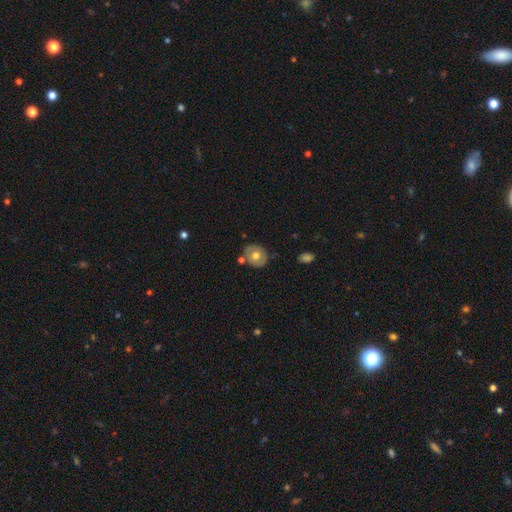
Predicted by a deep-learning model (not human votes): This appears to be a smooth galaxy with no disk features (54%) that is round (65%). Merging: none (72%).